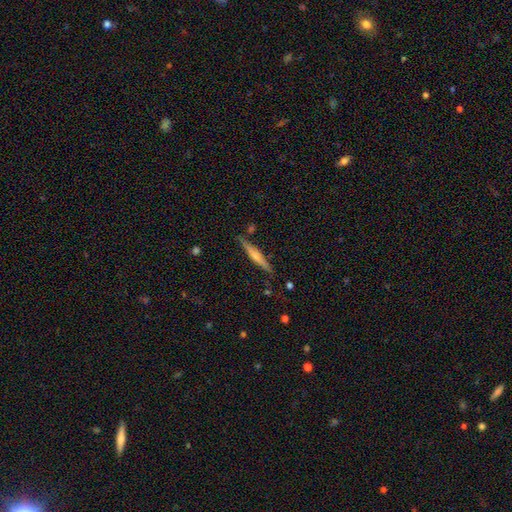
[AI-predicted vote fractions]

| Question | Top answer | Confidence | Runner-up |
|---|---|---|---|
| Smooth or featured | featured or disk | 54% | smooth (39%) |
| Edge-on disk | yes | 96% | no (4%) |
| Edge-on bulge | rounded | 54% | none (32%) |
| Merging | none | 85% | minor disturbance (11%) |